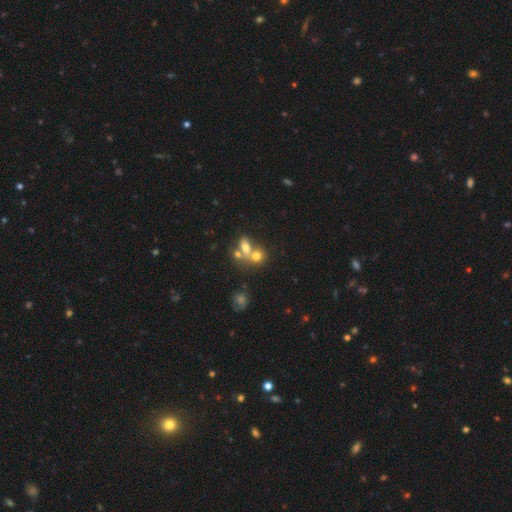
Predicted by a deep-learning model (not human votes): A smooth galaxy with no disk features (57%) that is round (55%).

Vote fractions:
- Smooth or featured? smooth: 57% / featured or disk: 24% / star or artifact: 19%
- How rounded? round: 55% / in between: 42% / cigar-shaped: 3%
- Merging? merger: 57% / none: 31% / minor disturbance: 7% / major disturbance: 5%